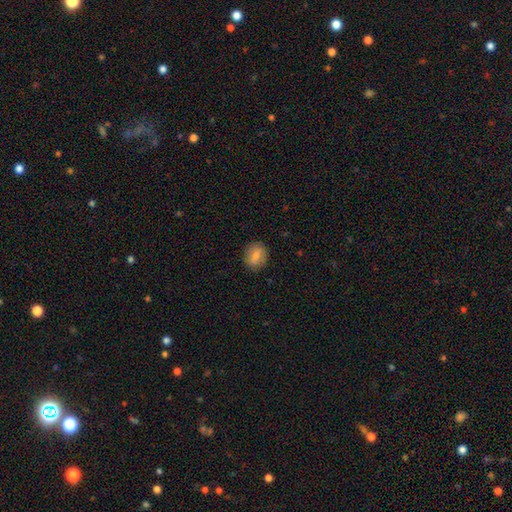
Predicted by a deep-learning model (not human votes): Smooth or featured? smooth (78%)
How rounded? round (54%)
Merging? none (85%)